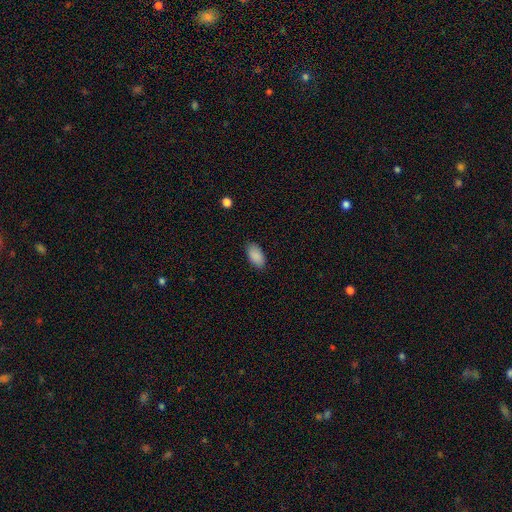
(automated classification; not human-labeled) Smooth or featured: smooth — 90% (star or artifact — 7%)
How rounded: in between — 94% (round — 3%)
Merging: none — 86% (minor disturbance — 10%)